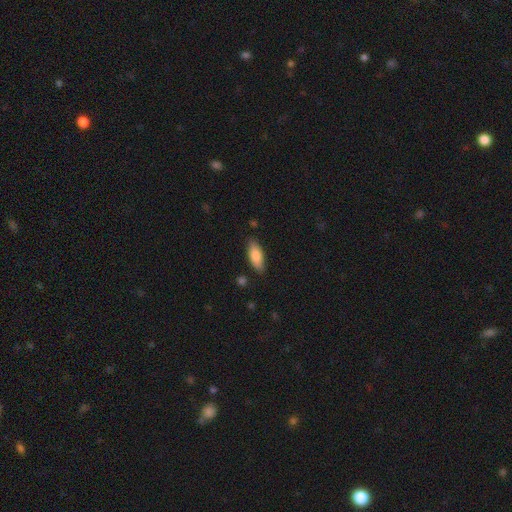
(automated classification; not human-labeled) Morphology: type=smooth (83%); roundness=in between (76%); merging=none (84%).